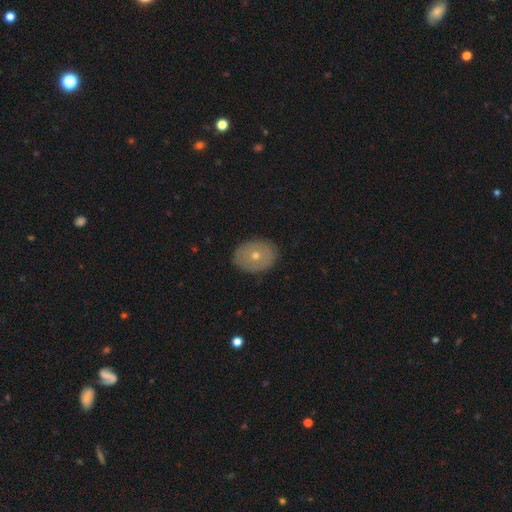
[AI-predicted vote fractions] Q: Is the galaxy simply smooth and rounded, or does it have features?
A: smooth — 59%.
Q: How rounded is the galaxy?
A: in between — 64%.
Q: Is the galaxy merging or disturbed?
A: none — 88%.